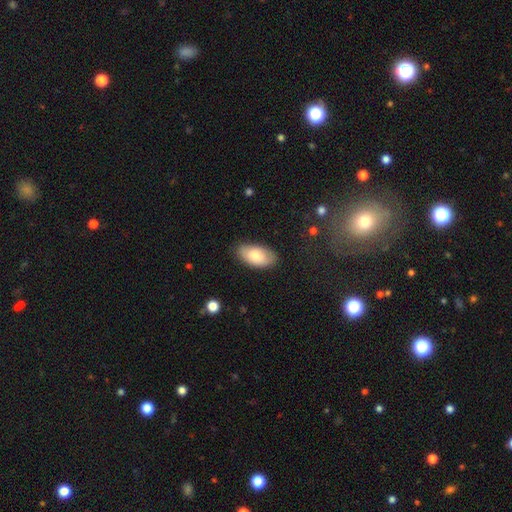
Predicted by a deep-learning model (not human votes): A smooth galaxy with no disk features (79%) that is in between round and cigar-shaped (94%). Merging: none (82%).